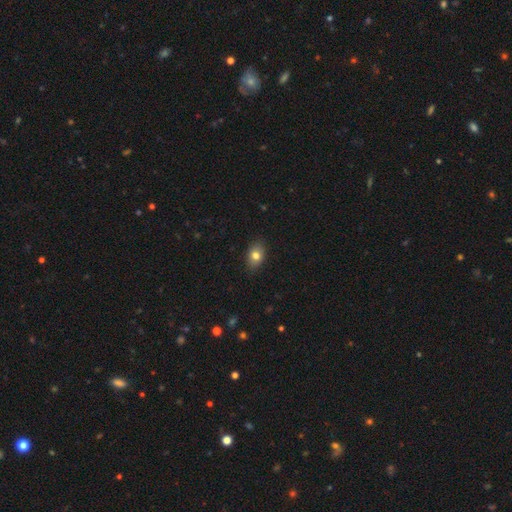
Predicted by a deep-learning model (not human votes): This is likely a smooth galaxy (79%). How rounded: likely in between (79%). Merging: clearly none (86%).